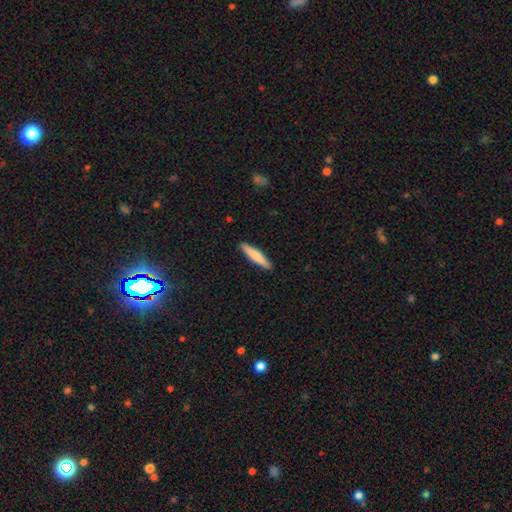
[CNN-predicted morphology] The model was most divided on "smooth or featured": smooth: 73%, featured or disk: 22%, star or artifact: 5%. More confident: merging — none (91%); how rounded — cigar-shaped (88%).